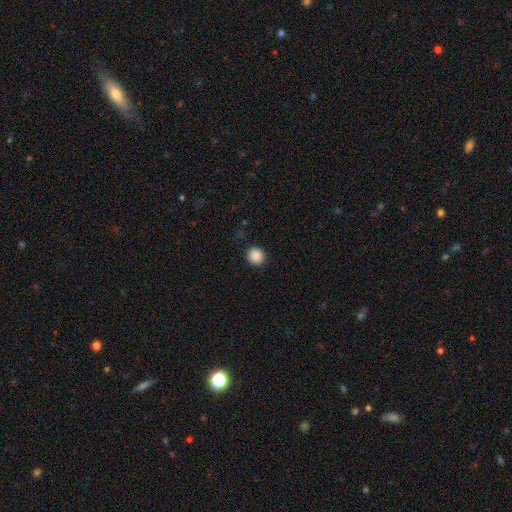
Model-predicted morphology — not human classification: Q: Smooth or featured?
A: smooth (88%); runner-up: star or artifact (9%)
Q: How rounded?
A: round (87%); runner-up: in between (12%)
Q: Merging?
A: none (91%); runner-up: minor disturbance (6%)